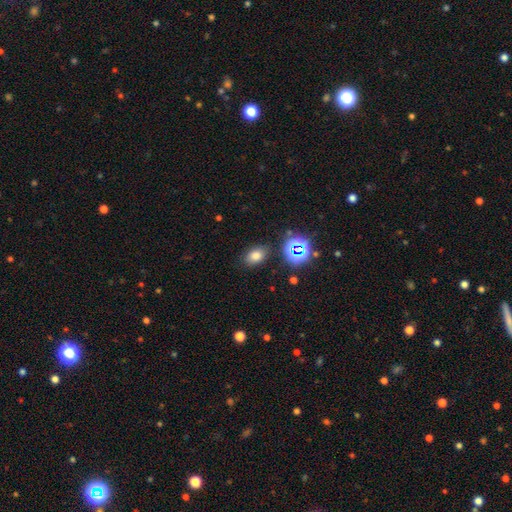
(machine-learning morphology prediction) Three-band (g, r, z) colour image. It shows a smooth galaxy with no disk features (74%) that is in between round and cigar-shaped (77%). Merging: none (83%).